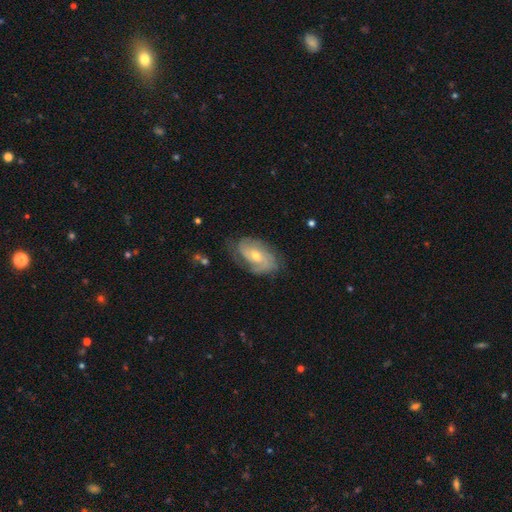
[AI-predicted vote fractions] The model was most divided on "bulge size": moderate: 52%, small: 44%, large: 2%, none: 1%, dominant: 1%. Remaining: edge-on disk — no (95%); spiral arms — yes (90%); smooth or featured — featured or disk (75%); merging — none (67%); bar — no (56%); spiral winding — tight (49%); spiral arm count — 2 (40%).